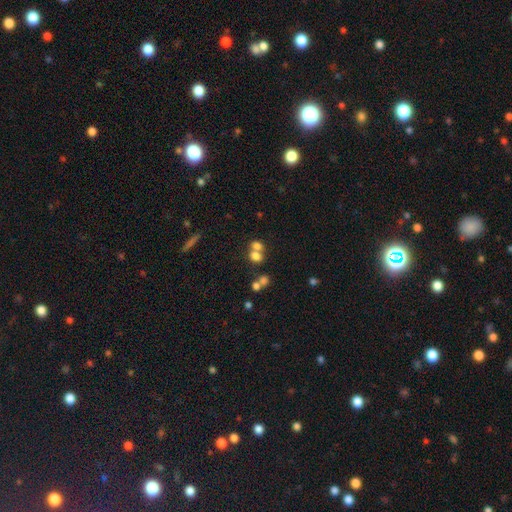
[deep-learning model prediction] smooth_or_featured: smooth (p=0.71) [alt: featured or disk p=0.15]
how_rounded: in between (p=0.52) [alt: round p=0.46]
merging: merger (p=0.55) [alt: none p=0.34]